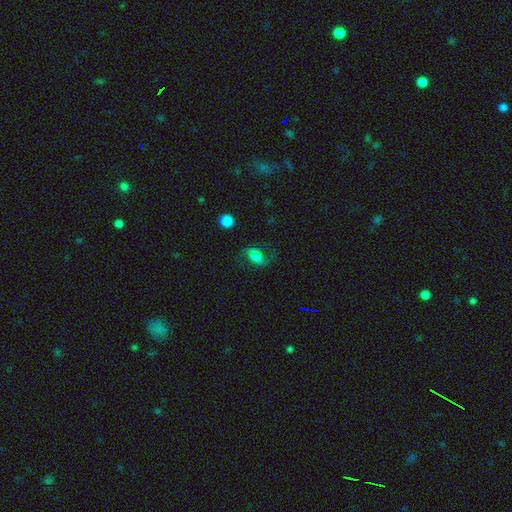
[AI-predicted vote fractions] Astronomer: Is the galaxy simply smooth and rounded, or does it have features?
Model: featured or disk — 65%.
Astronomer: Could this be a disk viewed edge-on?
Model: no — 96%.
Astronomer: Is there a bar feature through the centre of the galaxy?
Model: no — 50% (runner-up: weak, 36%).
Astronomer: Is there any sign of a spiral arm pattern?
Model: yes — 92%.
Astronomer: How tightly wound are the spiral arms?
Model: loose — 67%.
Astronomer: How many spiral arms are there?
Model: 2 — 91%.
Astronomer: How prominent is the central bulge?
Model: moderate — 47% (runner-up: small, 28%).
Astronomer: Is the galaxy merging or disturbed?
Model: none — 69%.